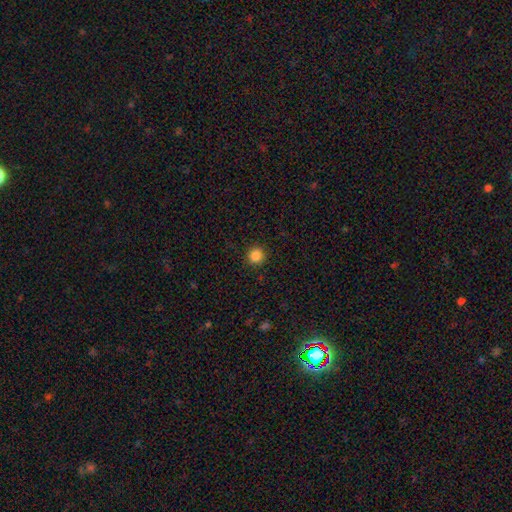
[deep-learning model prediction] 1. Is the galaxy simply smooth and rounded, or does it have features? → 86% smooth, 11% star or artifact, 3% featured or disk.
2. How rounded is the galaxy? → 93% round, 6% in between, 1% cigar-shaped.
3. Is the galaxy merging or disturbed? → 92% none, 5% minor disturbance, 2% major disturbance, 1% merger.